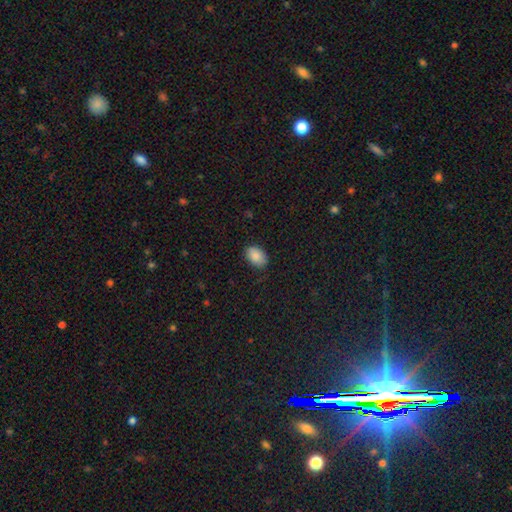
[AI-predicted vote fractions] Smooth or featured?
  - smooth: 88% *
  - star or artifact: 7%
  - featured or disk: 5%
How rounded?
  - in between: 85% *
  - round: 14%
  - cigar-shaped: 1%
Merging?
  - none: 83% *
  - minor disturbance: 14%
  - major disturbance: 3%
  - merger: 1%